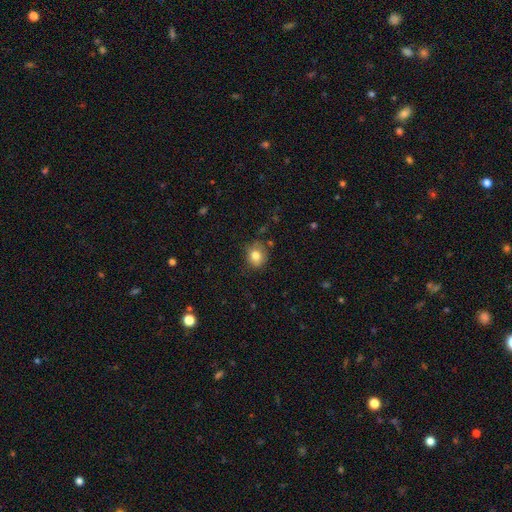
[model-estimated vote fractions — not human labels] smooth_or_featured: smooth (p=0.80) [alt: star or artifact p=0.10]
how_rounded: round (p=0.71) [alt: in between p=0.28]
merging: none (p=0.72) [alt: minor disturbance p=0.20]